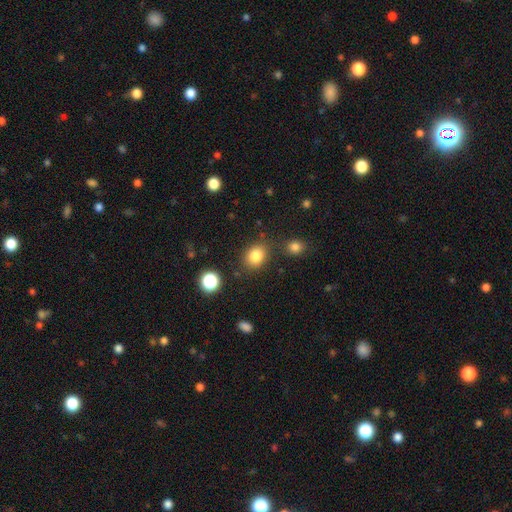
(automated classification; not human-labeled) Q: Smooth or featured?
A: smooth (83%); runner-up: star or artifact (11%)
Q: How rounded?
A: round (53%); runner-up: in between (46%)
Q: Merging?
A: none (80%); runner-up: minor disturbance (11%)